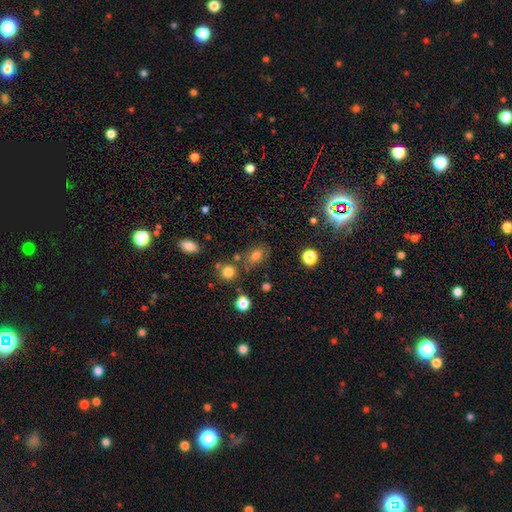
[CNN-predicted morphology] smooth 73%, star or artifact 14%, featured or disk 13%. Down the decision tree: how rounded — in between (78%); merging — none (68%).